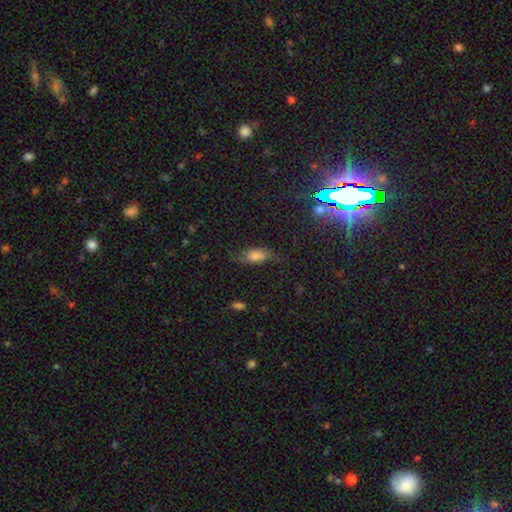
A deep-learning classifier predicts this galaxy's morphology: Smooth or featured?
  - smooth: 56% *
  - featured or disk: 28%
  - star or artifact: 16%
How rounded?
  - in between: 79% *
  - cigar-shaped: 14%
  - round: 7%
Merging?
  - none: 57% *
  - minor disturbance: 26%
  - major disturbance: 15%
  - merger: 2%